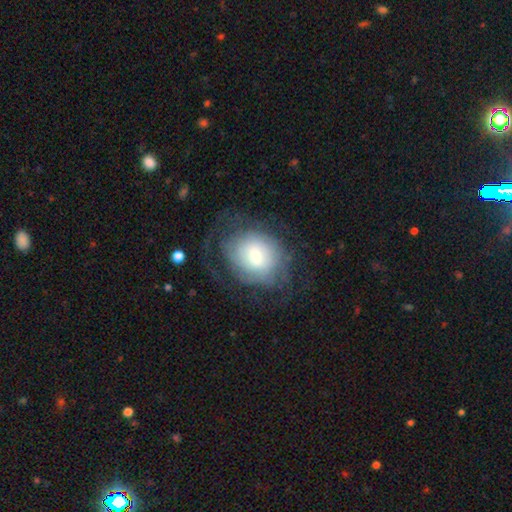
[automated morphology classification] featured or disk 57%, smooth 34%, star or artifact 9%. Down the decision tree: edge-on disk — no (96%); bar — no (64%); spiral arms — yes (77%); bulge size — small (46%); merging — none (60%).